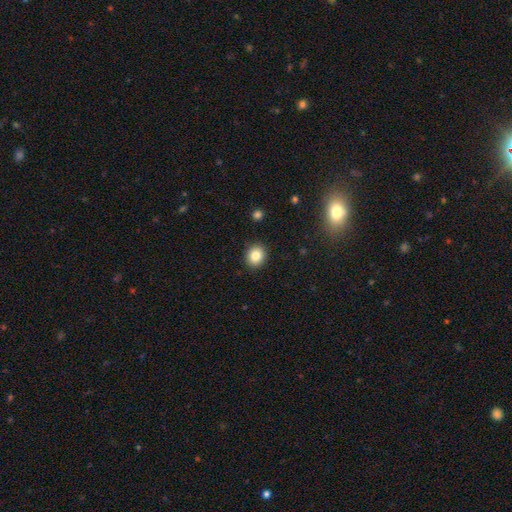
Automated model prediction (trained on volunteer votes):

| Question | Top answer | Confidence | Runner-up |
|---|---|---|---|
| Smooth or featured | smooth | 83% | star or artifact (10%) |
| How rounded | round | 73% | in between (26%) |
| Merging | none | 90% | minor disturbance (6%) |